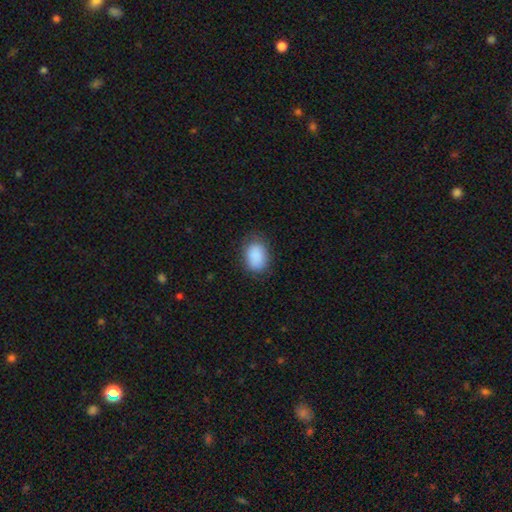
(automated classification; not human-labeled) smooth_or_featured: smooth (p=0.89) [alt: star or artifact p=0.07]
how_rounded: in between (p=0.81) [alt: round p=0.18]
merging: none (p=0.78) [alt: minor disturbance p=0.17]